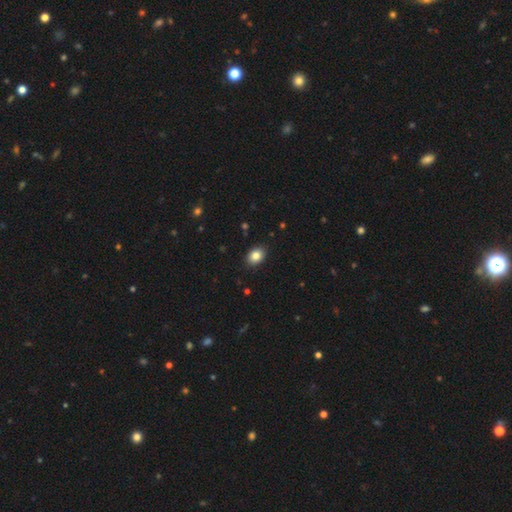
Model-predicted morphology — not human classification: type=smooth (85%); roundness=in between (69%); merging=none (89%).